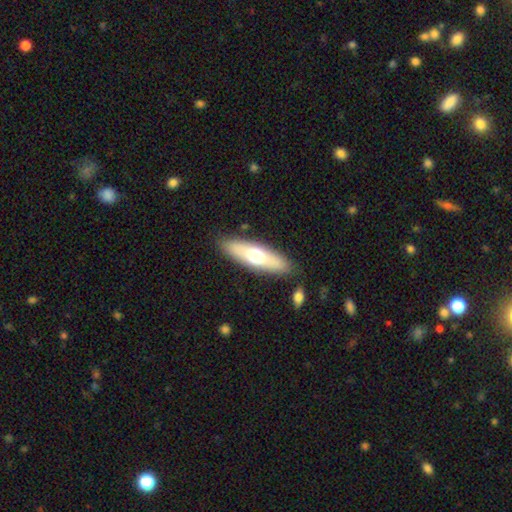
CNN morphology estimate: type=smooth (59%); roundness=cigar-shaped (50%); merging=none (85%).